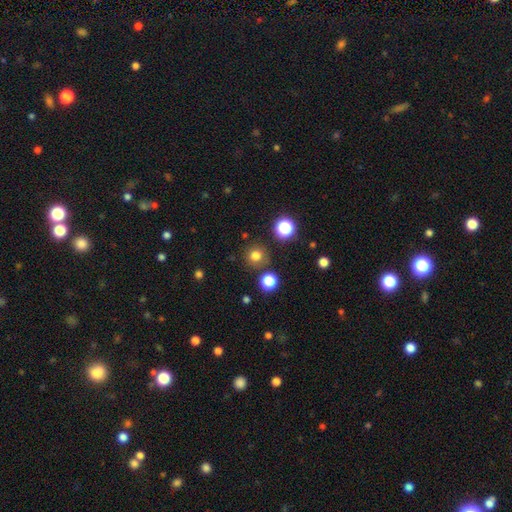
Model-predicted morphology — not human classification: Overall: smooth (77%). How rounded: round (92%). Merging: none (84%).